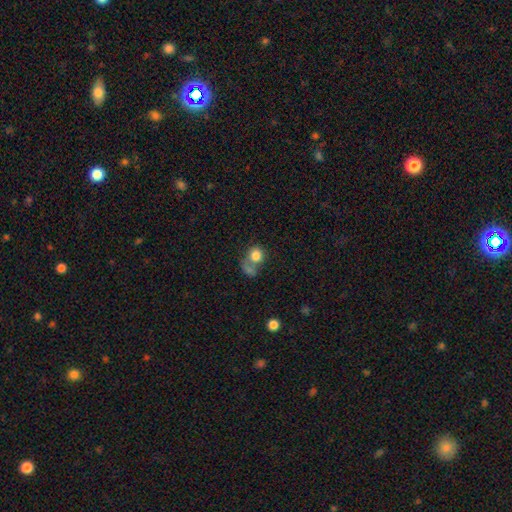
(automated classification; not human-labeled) Q: Smooth or featured?
A: smooth (79%); runner-up: featured or disk (11%)
Q: How rounded?
A: round (76%); runner-up: in between (23%)
Q: Merging?
A: merger (45%); runner-up: none (33%)